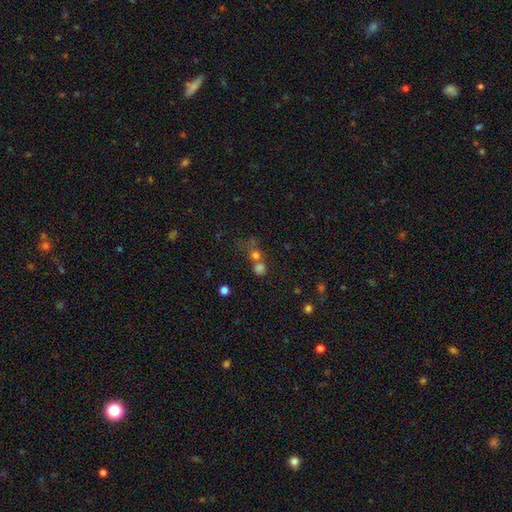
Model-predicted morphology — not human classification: type=smooth (62%); roundness=round (81%); merging=merger (45%).